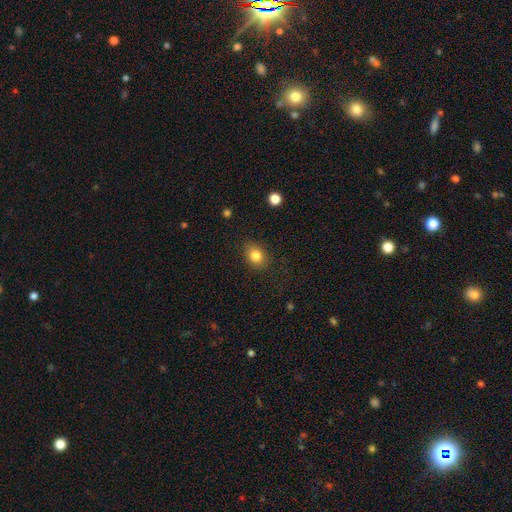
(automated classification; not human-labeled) Smooth or featured: smooth — 83% (star or artifact — 10%)
How rounded: in between — 50% (round — 49%)
Merging: none — 84% (minor disturbance — 11%)